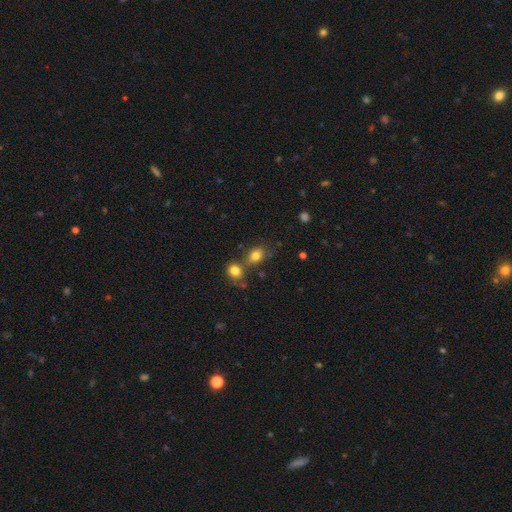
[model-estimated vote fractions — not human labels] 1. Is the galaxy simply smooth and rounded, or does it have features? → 80% smooth, 12% star or artifact, 9% featured or disk.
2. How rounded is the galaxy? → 63% in between, 36% round, 1% cigar-shaped.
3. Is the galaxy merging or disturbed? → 56% none, 27% merger, 13% minor disturbance, 4% major disturbance.